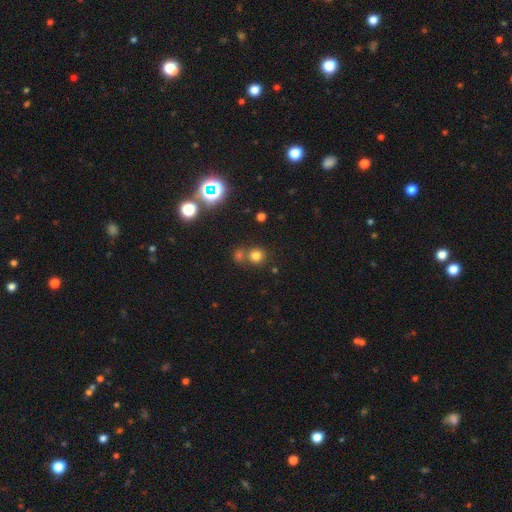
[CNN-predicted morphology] smooth_or_featured: smooth (p=0.73) [alt: star or artifact p=0.20]
how_rounded: round (p=0.90) [alt: in between p=0.09]
merging: none (p=0.63) [alt: merger p=0.27]